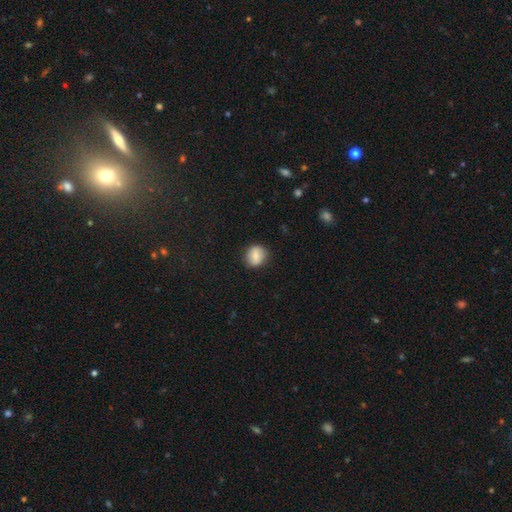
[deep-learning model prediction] Overall: smooth (76%). How rounded: round (80%). Merging: none (87%).